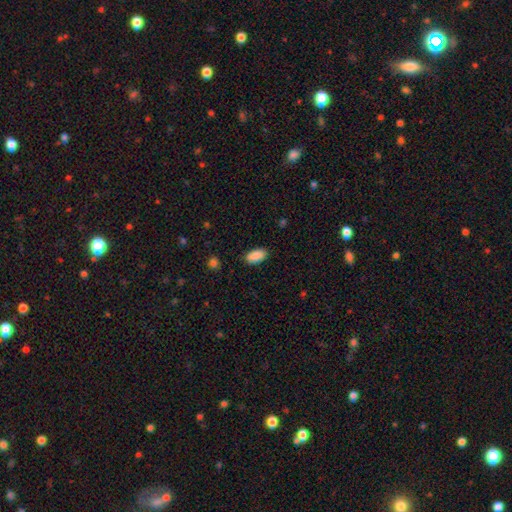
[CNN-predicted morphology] A smooth galaxy with no disk features (90%) that is in between round and cigar-shaped (94%). Merging: none (87%).